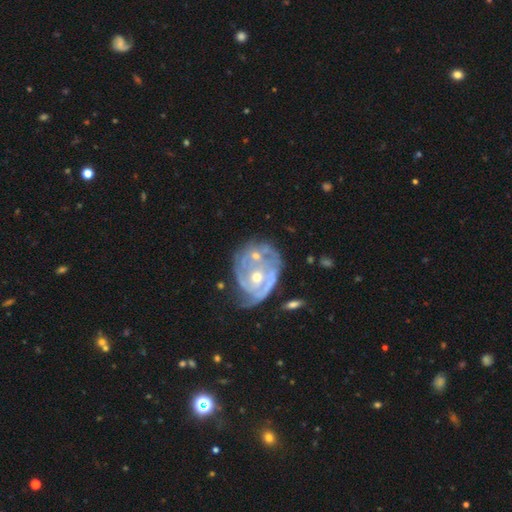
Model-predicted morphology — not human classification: smooth_or_featured: featured or disk (p=0.81) [alt: smooth p=0.12]
disk_edge_on: no (p=0.97) [alt: yes p=0.03]
bar: no (p=0.78) [alt: weak p=0.18]
has_spiral_arms: yes (p=0.79) [alt: no p=0.21]
spiral_winding: tight (p=0.60) [alt: medium p=0.28]
spiral_arm_count: can't tell (p=0.41) [alt: 2 p=0.21]
bulge_size: moderate (p=0.49) [alt: small p=0.46]
merging: none (p=0.35) [alt: merger p=0.23]